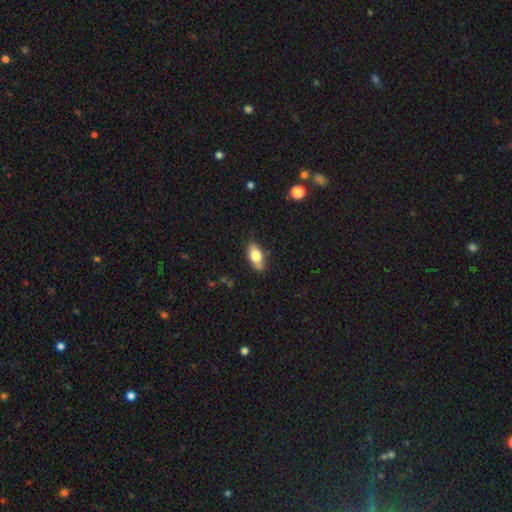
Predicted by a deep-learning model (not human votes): Smooth or featured? smooth (71%)
How rounded? in between (84%)
Merging? none (83%)